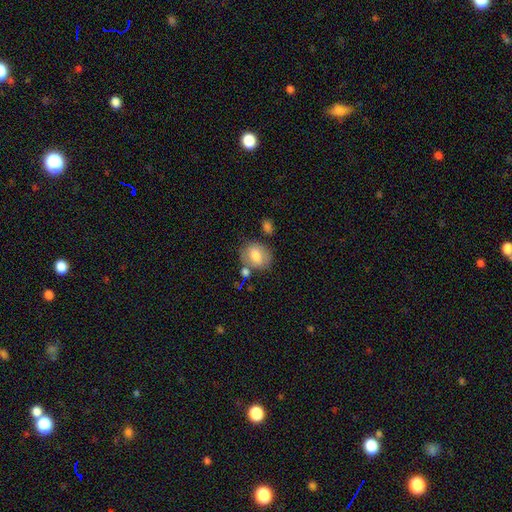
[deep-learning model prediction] Smooth or featured? Predicted: smooth (p=0.72). How rounded? Predicted: in between (p=0.51). Merging? Predicted: none (p=0.62).